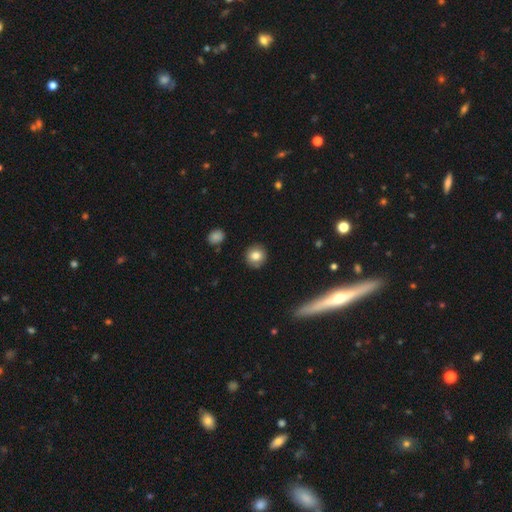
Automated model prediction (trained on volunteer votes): A smooth galaxy with no disk features (81%) that is round (89%). Merging: none (88%).